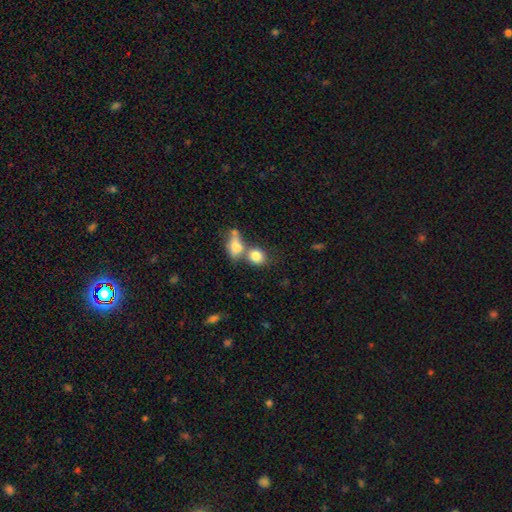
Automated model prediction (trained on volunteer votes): A smooth galaxy with no disk features (80%) that is round (55%). Merging: merger (48%).